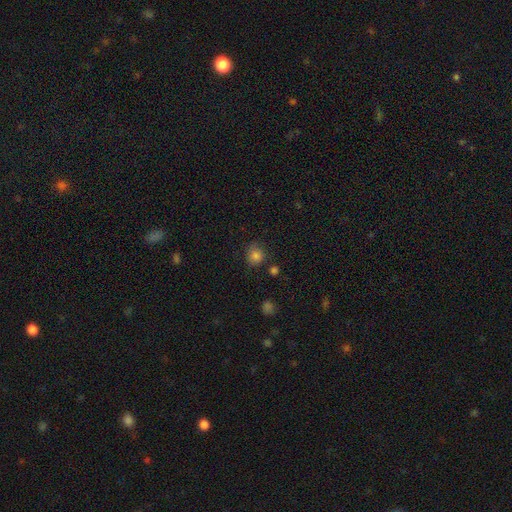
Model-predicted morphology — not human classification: The model was most divided on "merging": none: 78%, minor disturbance: 14%, merger: 4%, major disturbance: 3%. More confident: how rounded — round (85%); smooth or featured — smooth (82%).